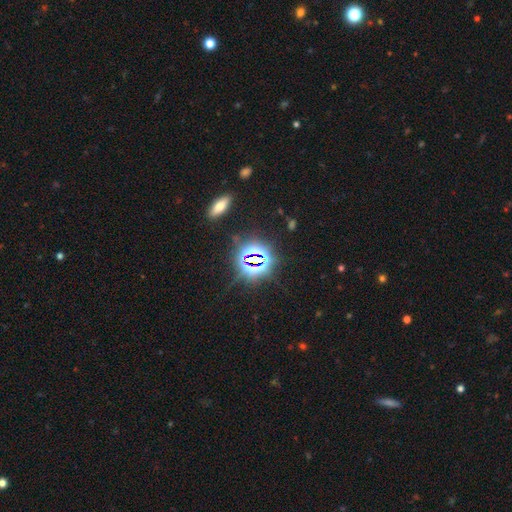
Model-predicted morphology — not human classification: Smooth or featured: star or artifact — 77% (smooth — 15%)